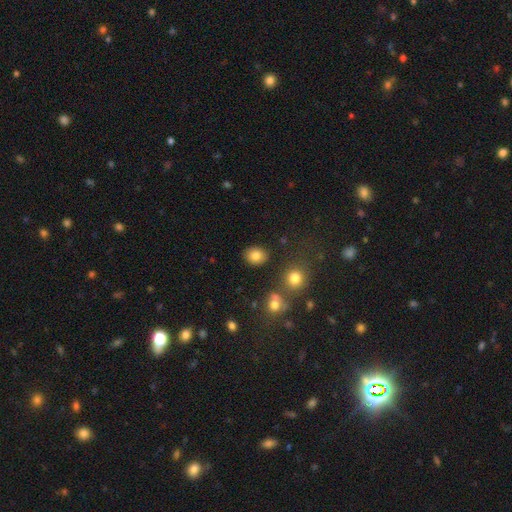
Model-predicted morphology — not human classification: type=smooth (82%); roundness=round (61%); merging=none (86%).